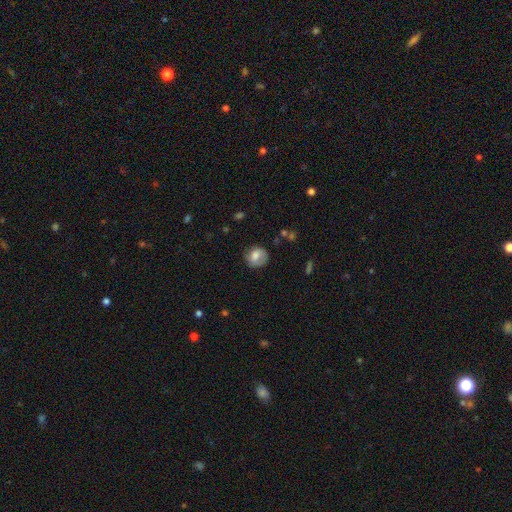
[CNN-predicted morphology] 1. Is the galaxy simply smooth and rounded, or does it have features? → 71% smooth, 21% featured or disk, 8% star or artifact.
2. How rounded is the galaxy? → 74% round, 25% in between, 1% cigar-shaped.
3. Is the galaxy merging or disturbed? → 63% none, 25% minor disturbance, 10% major disturbance, 2% merger.